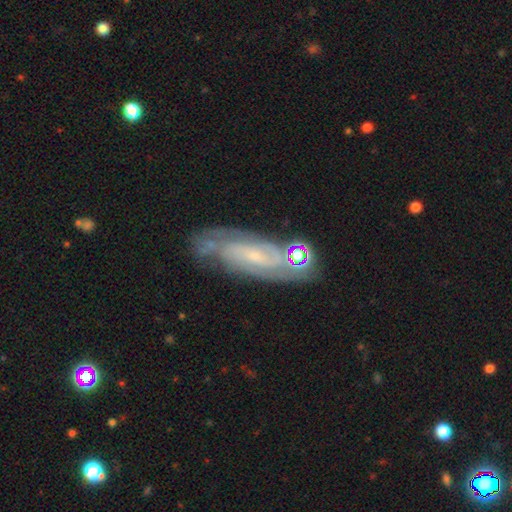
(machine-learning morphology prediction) Smooth or featured? featured or disk (82%)
Edge-on disk? no (88%)
Bar? no (48%)
Spiral arms? yes (95%)
Spiral winding? tight (57%)
Spiral arm count? 2 (49%)
Bulge size? small (76%)
Merging? none (72%)